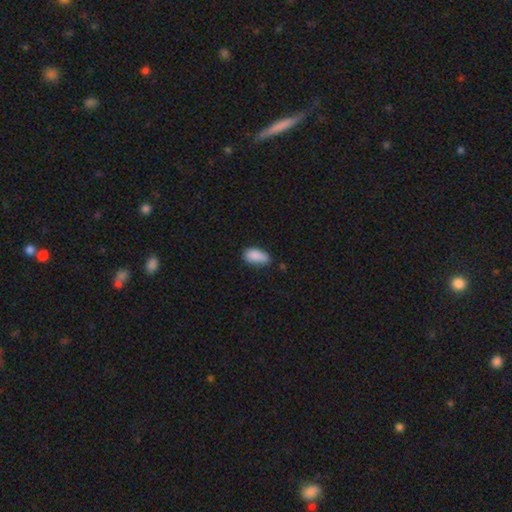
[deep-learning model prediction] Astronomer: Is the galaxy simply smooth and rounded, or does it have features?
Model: smooth — 87%.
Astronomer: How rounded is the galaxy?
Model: in between — 90%.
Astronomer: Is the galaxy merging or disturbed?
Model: none — 55% (runner-up: minor disturbance, 36%).